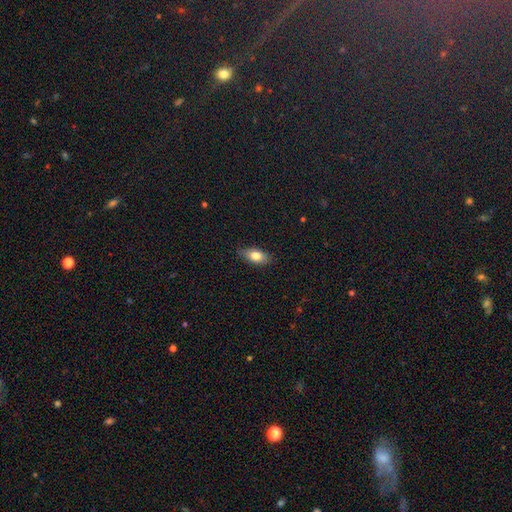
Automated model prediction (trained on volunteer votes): Smooth or featured? smooth (79%)
How rounded? in between (87%)
Merging? none (83%)